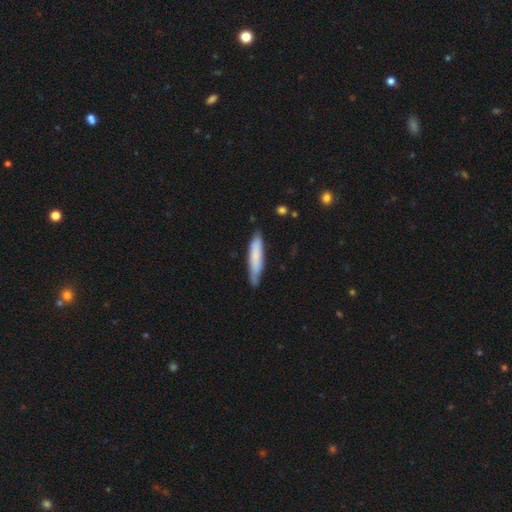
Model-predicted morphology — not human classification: The model was most divided on "smooth or featured": smooth: 72%, featured or disk: 22%, star or artifact: 6%. More confident: how rounded — cigar-shaped (86%); merging — none (76%).